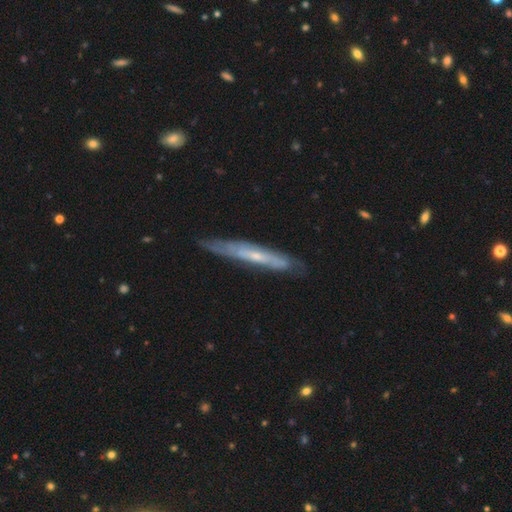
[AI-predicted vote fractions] This is likely a featured or disk galaxy (67%). It is likely viewed edge-on (69%). Merging: likely none (73%).